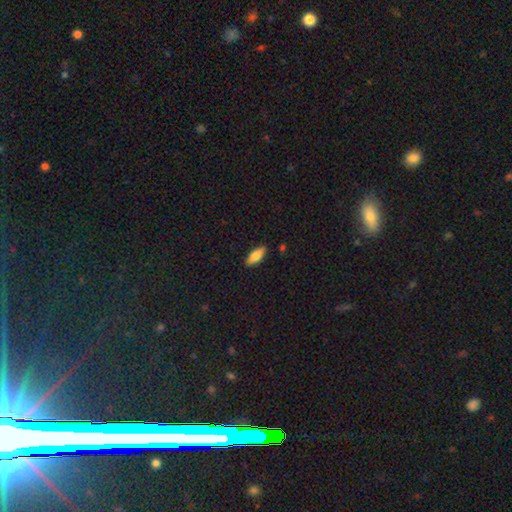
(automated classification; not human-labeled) smooth-or-featured: smooth: 76% | featured or disk: 17% | star or artifact: 6%
  how-rounded: in between: 71% | cigar-shaped: 27% | round: 2%
  merging: none: 89% | minor disturbance: 8% | major disturbance: 2% | merger: 1%